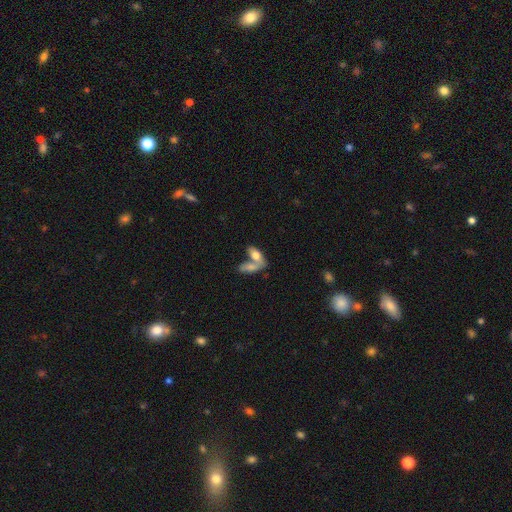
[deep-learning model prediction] Q: Smooth or featured?
A: smooth (69%); runner-up: featured or disk (23%)
Q: How rounded?
A: in between (82%); runner-up: cigar-shaped (14%)
Q: Merging?
A: merger (58%); runner-up: none (29%)